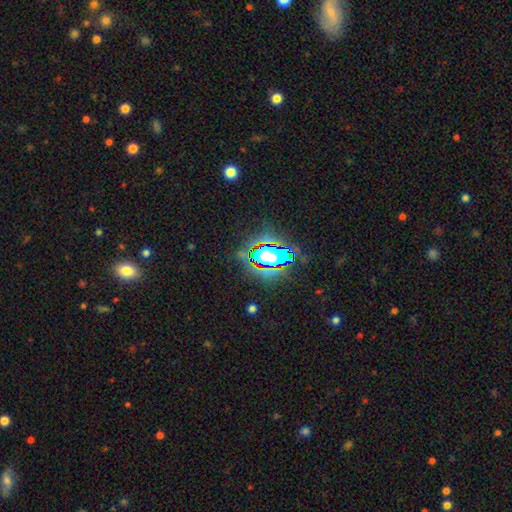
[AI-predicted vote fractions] star or artifact 78%, smooth 12%, featured or disk 10%.